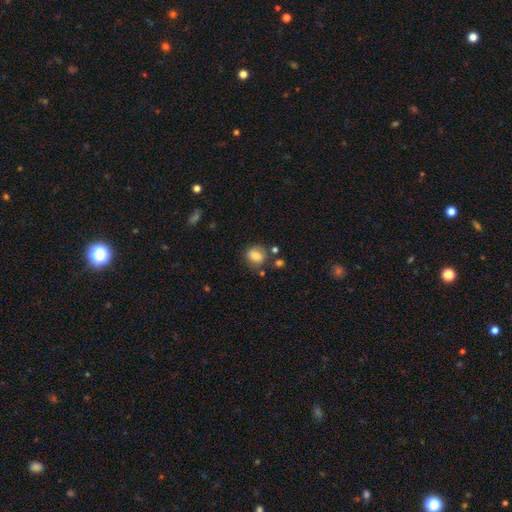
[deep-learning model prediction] Smooth or featured? smooth (80%)
How rounded? round (50%)
Merging? none (67%)